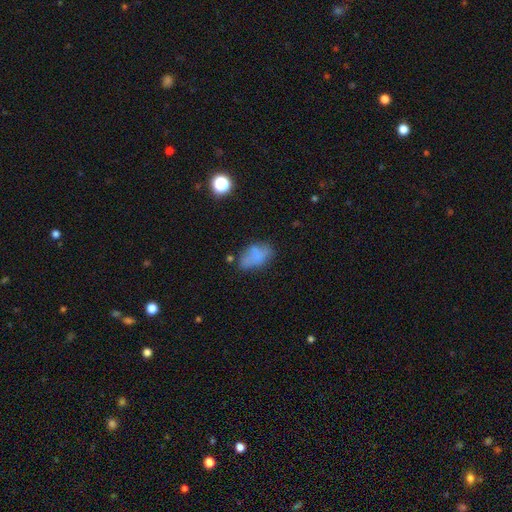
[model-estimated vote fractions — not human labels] smooth 68%, featured or disk 20%, star or artifact 11%. Down the decision tree: how rounded — in between (89%); merging — none (52%).